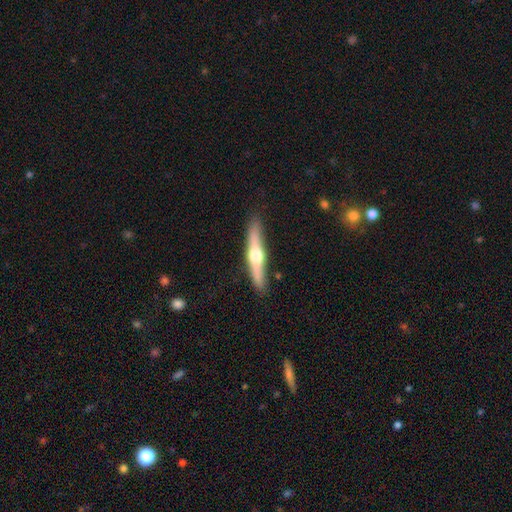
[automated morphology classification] Smooth or featured? featured or disk (62%)
Edge-on disk? yes (96%)
Edge-on bulge? rounded (93%)
Merging? none (88%)